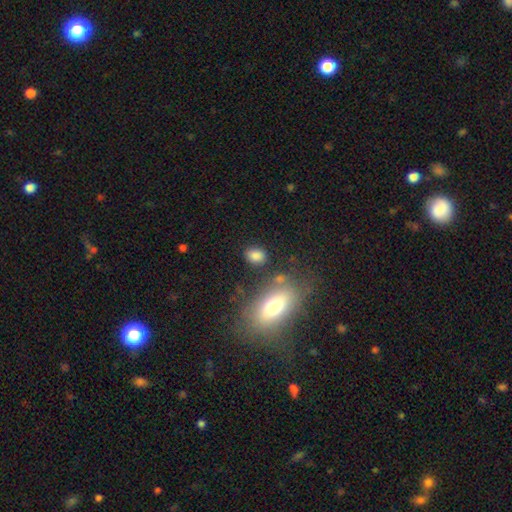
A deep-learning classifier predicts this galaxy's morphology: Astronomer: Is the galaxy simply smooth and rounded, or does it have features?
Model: smooth — 83%.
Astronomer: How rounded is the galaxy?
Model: in between — 71%.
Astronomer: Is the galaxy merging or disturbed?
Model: none — 78%.